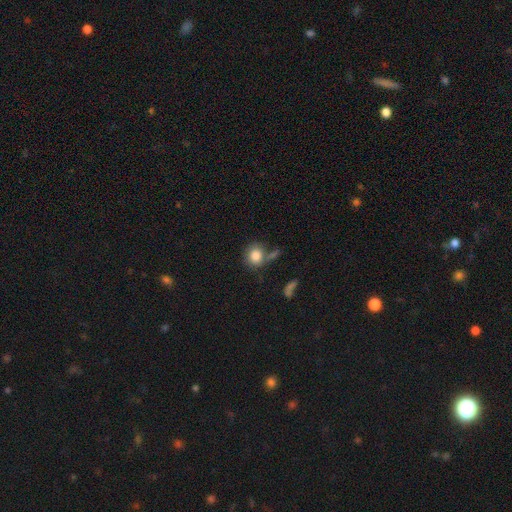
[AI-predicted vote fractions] smooth-or-featured: smooth: 84% | star or artifact: 9% | featured or disk: 7%
  how-rounded: round: 78% | in between: 21% | cigar-shaped: 1%
  merging: none: 59% | minor disturbance: 17% | merger: 16% | major disturbance: 8%